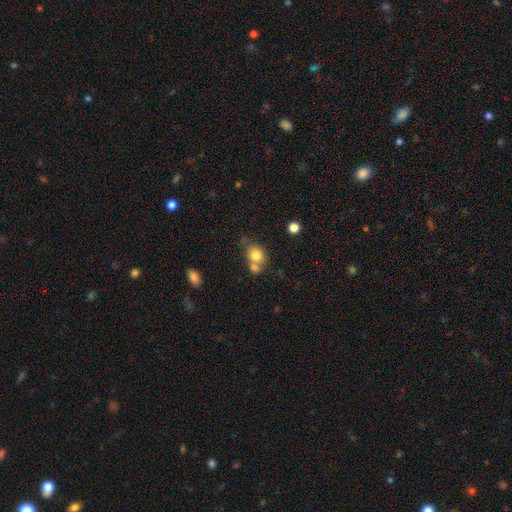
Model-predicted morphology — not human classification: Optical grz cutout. It shows a smooth galaxy with no disk features (78%) that is round (63%). Merging: none (43%).